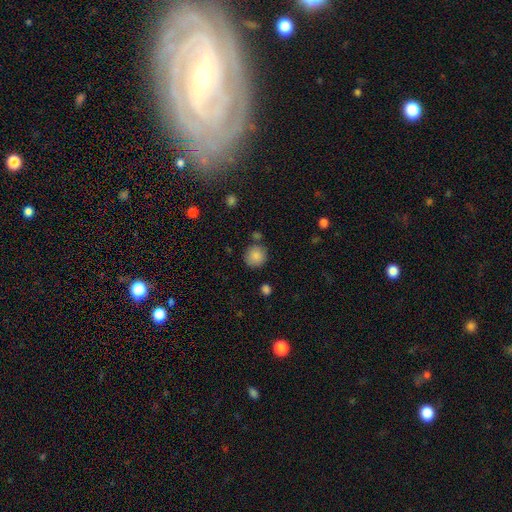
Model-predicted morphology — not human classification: This is clearly a smooth galaxy (87%). How rounded: clearly round (91%). Merging: likely none (79%).